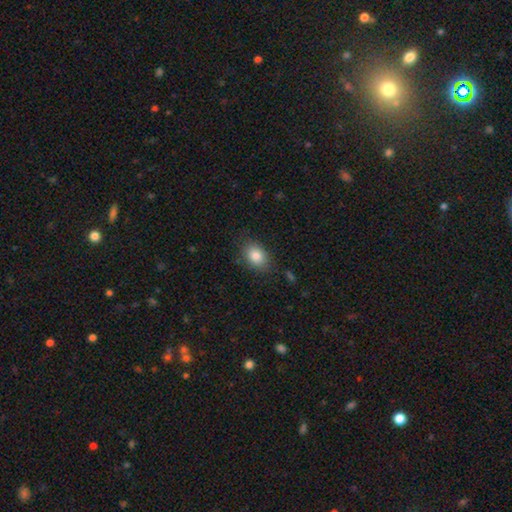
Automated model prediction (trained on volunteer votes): Smooth or featured? smooth (85%)
How rounded? in between (73%)
Merging? none (80%)